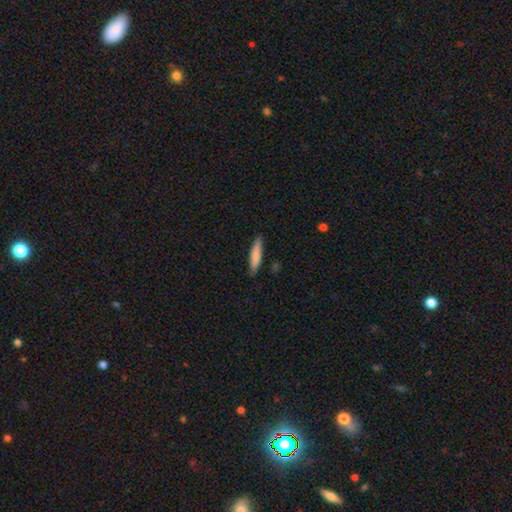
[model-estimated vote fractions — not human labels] This is clearly a smooth galaxy (81%). How rounded: clearly cigar-shaped (86%). Merging: clearly none (85%).